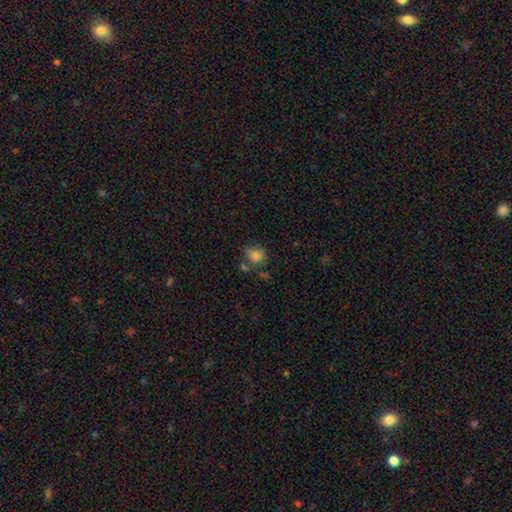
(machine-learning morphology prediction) smooth_or_featured: smooth (p=0.79) [alt: star or artifact p=0.11]
how_rounded: round (p=0.76) [alt: in between p=0.23]
merging: none (p=0.59) [alt: minor disturbance p=0.19]